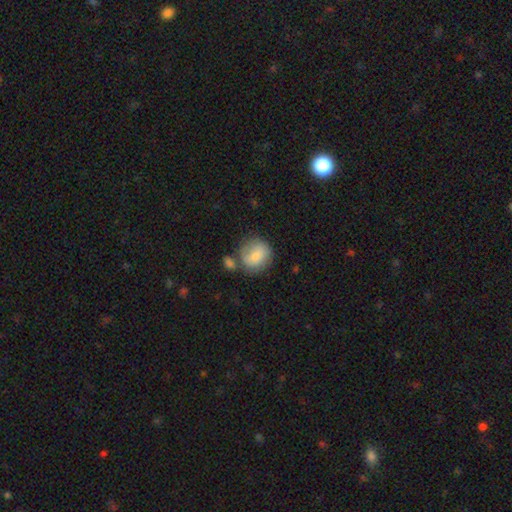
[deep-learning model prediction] smooth-or-featured: smooth: 80% | featured or disk: 14% | star or artifact: 7%
  how-rounded: round: 76% | in between: 23% | cigar-shaped: 1%
  merging: none: 46% | merger: 24% | minor disturbance: 21% | major disturbance: 9%